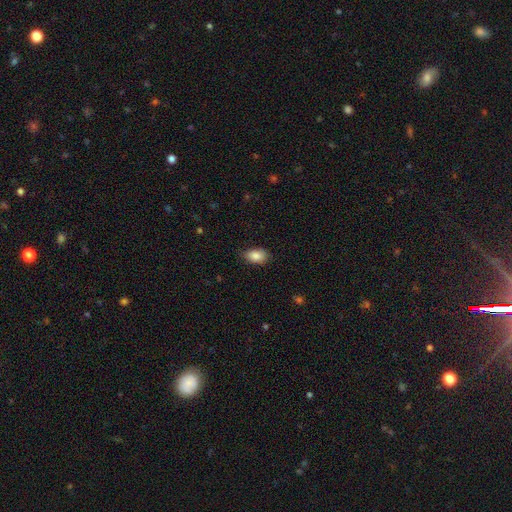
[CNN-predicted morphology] smooth 87%, star or artifact 8%, featured or disk 6%. Down the decision tree: how rounded — in between (88%); merging — none (74%).